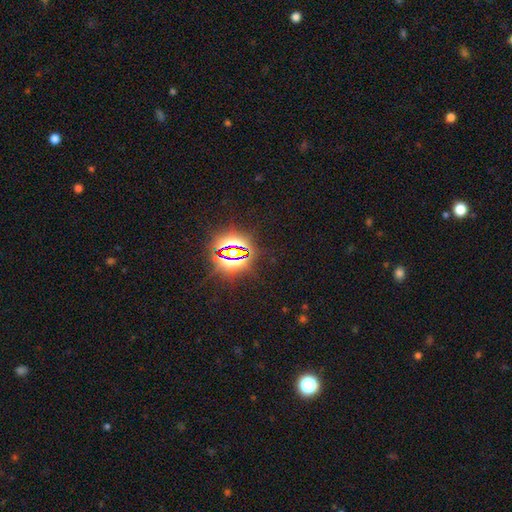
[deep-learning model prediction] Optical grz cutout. It shows a star or artifact, not a galaxy (82%).